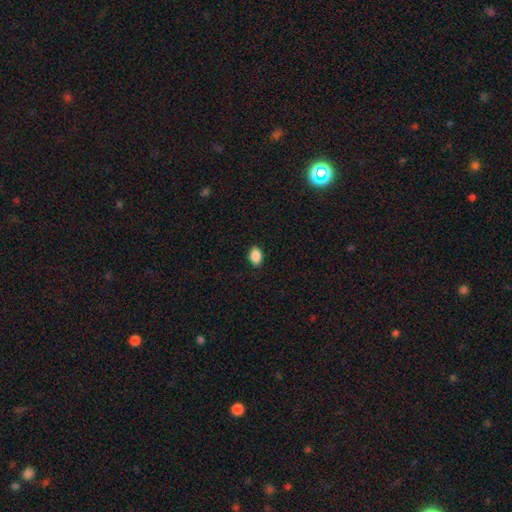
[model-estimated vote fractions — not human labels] This appears to be a smooth galaxy with no disk features (89%) that is in between round and cigar-shaped (81%). Merging: none (89%).